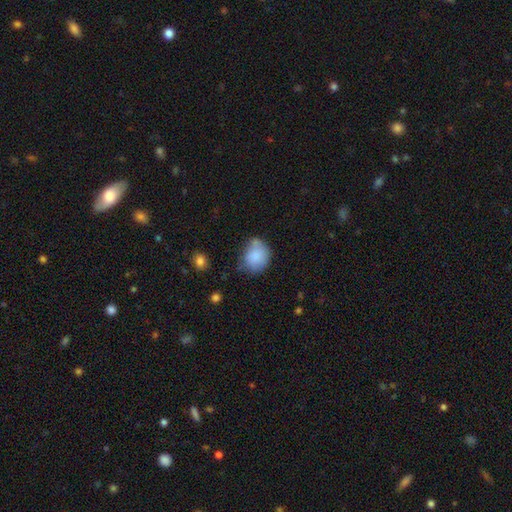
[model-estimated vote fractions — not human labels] This appears to be a smooth galaxy with no disk features (81%) that is round (54%). Merging: none (50%).